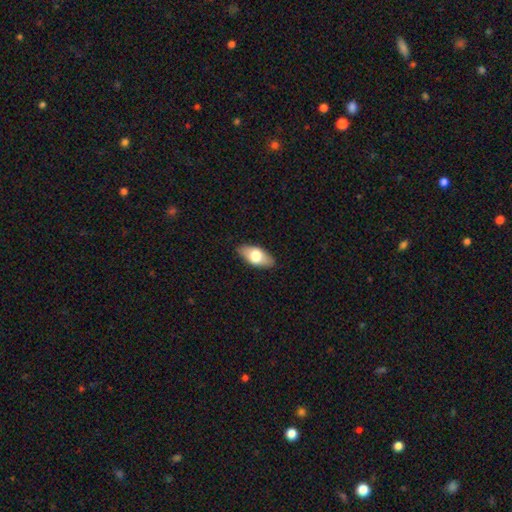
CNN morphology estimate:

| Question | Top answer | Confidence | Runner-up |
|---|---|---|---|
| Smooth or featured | smooth | 67% | featured or disk (26%) |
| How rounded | in between | 89% | cigar-shaped (7%) |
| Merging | none | 86% | minor disturbance (11%) |